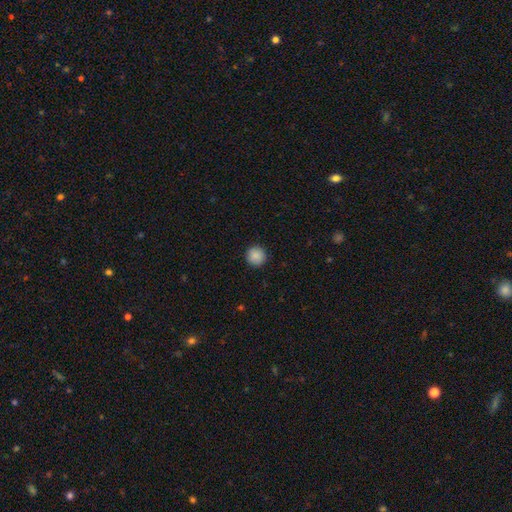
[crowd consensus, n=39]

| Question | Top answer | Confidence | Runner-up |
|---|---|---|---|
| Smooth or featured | smooth | 85% | featured or disk (8%) |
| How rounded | round | 100% | — |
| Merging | none | 89% | minor disturbance (8%) |